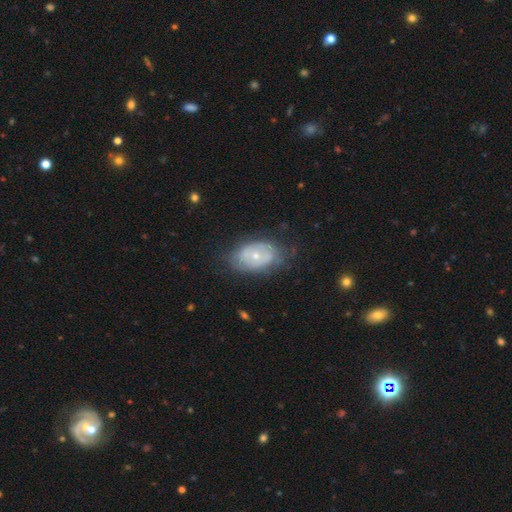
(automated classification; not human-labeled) Smooth or featured? featured or disk (62%)
Edge-on disk? no (94%)
Bar? no (81%)
Spiral arms? yes (54%)
Bulge size? small (53%)
Merging? none (69%)